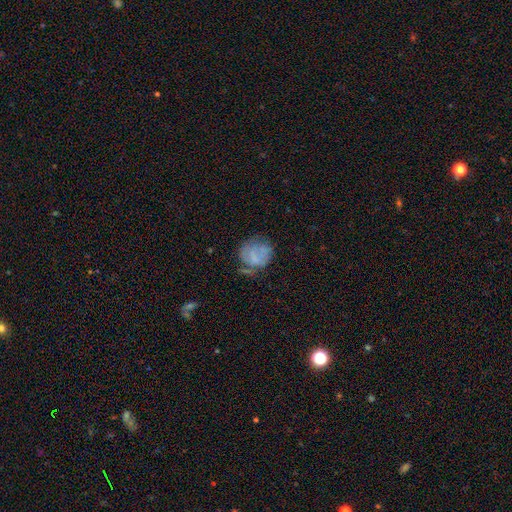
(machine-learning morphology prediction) A smooth galaxy with no disk features (51%) that is round (70%). Merging: none (44%).